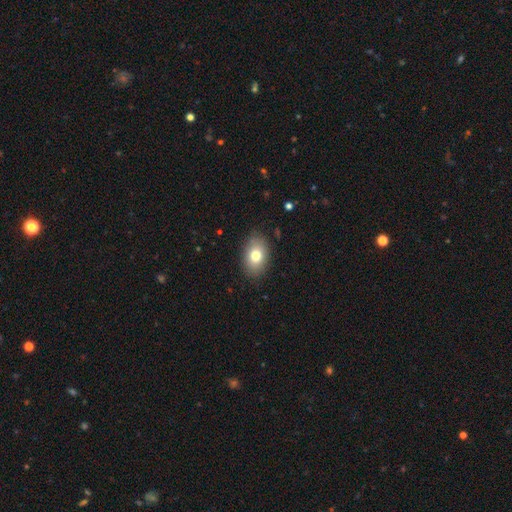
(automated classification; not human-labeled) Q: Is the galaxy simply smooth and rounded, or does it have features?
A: smooth — 78%.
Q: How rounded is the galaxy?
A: in between — 84%.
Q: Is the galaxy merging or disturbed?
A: none — 87%.